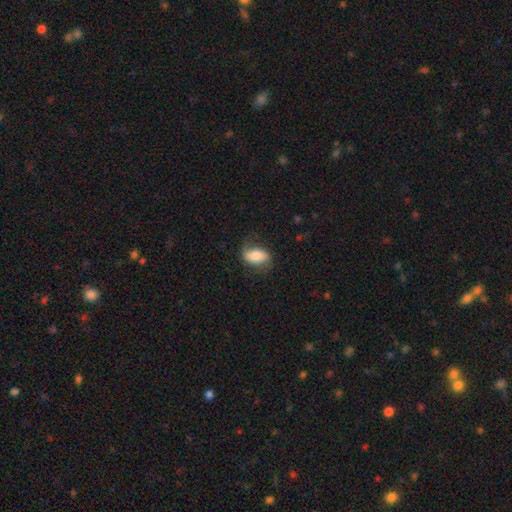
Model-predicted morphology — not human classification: A smooth galaxy with no disk features (67%) that is in between round and cigar-shaped (88%). Merging: none (65%).